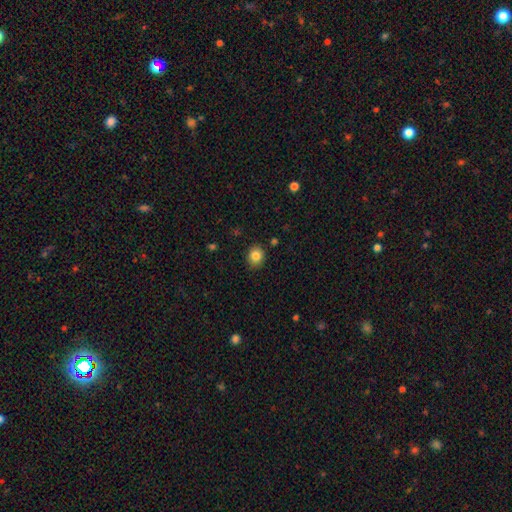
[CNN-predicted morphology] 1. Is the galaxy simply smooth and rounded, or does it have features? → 84% smooth, 10% star or artifact, 6% featured or disk.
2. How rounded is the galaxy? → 70% round, 29% in between, 1% cigar-shaped.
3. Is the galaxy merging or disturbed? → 88% none, 9% minor disturbance, 2% major disturbance, 2% merger.